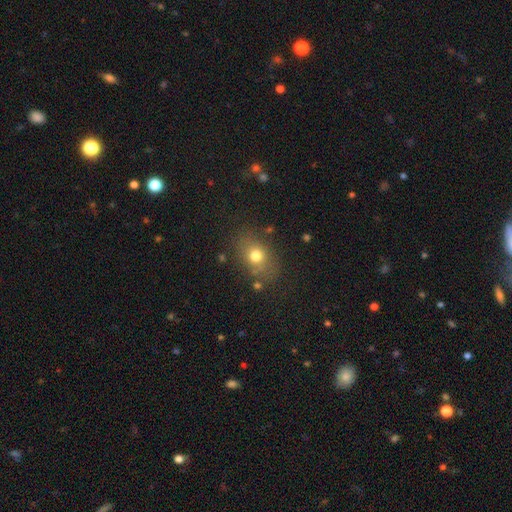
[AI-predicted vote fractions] smooth_or_featured: smooth (p=0.73) [alt: star or artifact p=0.14]
how_rounded: in between (p=0.60) [alt: round p=0.39]
merging: none (p=0.76) [alt: minor disturbance p=0.15]